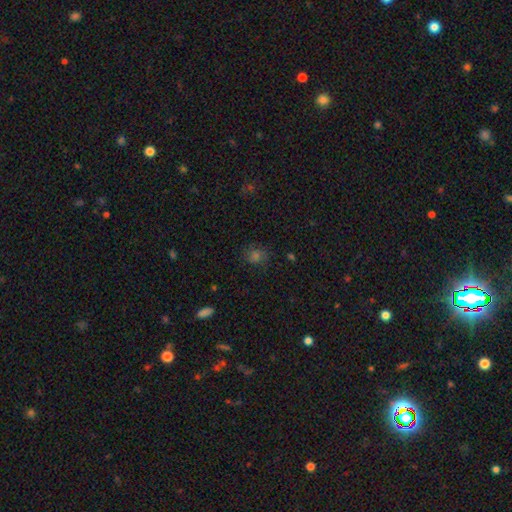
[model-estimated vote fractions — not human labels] A smooth galaxy with no disk features (61%) that is round (71%).

Vote fractions:
- Smooth or featured? smooth: 61% / star or artifact: 28% / featured or disk: 11%
- How rounded? round: 71% / in between: 28% / cigar-shaped: 1%
- Merging? none: 80% / minor disturbance: 13% / major disturbance: 5% / merger: 2%